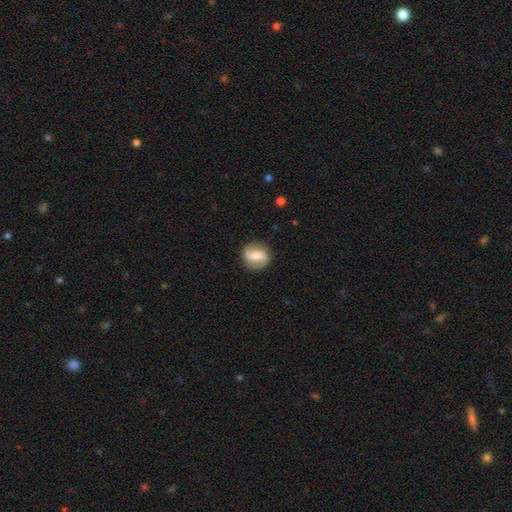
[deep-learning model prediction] Smooth or featured? featured or disk (69%)
Edge-on disk? no (97%)
Bar? weak (42%)
Spiral arms? yes (90%)
Spiral winding? loose (44%)
Spiral arm count? 2 (91%)
Bulge size? moderate (52%)
Merging? none (86%)